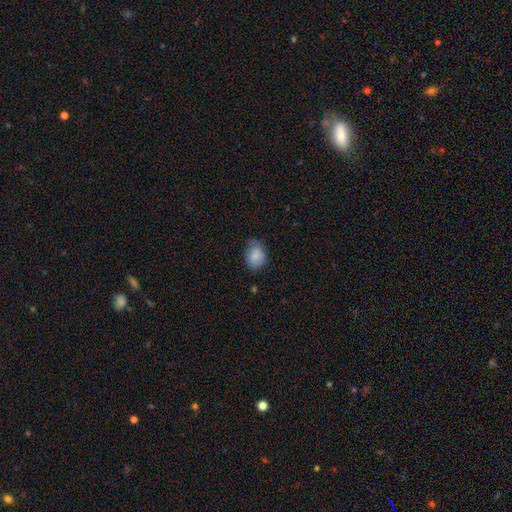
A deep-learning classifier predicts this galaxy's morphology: A smooth galaxy with no disk features (84%) that is in between round and cigar-shaped (66%).

Vote fractions:
- Smooth or featured? smooth: 84% / featured or disk: 8% / star or artifact: 8%
- How rounded? in between: 66% / round: 33% / cigar-shaped: 1%
- Merging? none: 63% / minor disturbance: 29% / major disturbance: 7% / merger: 1%